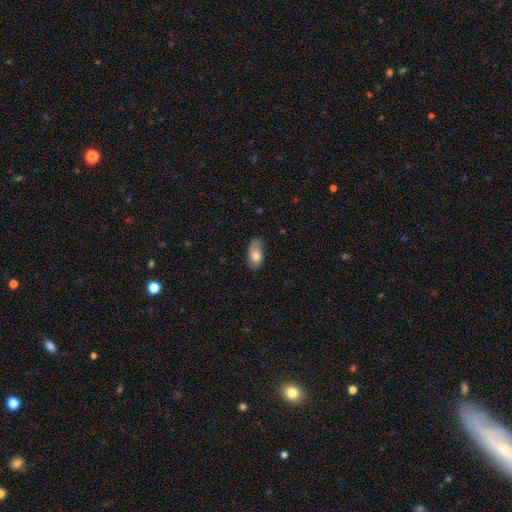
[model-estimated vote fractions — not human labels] smooth-or-featured: smooth: 67% | featured or disk: 26% | star or artifact: 7%
  how-rounded: in between: 92% | round: 5% | cigar-shaped: 3%
  merging: none: 61% | minor disturbance: 28% | major disturbance: 9% | merger: 2%